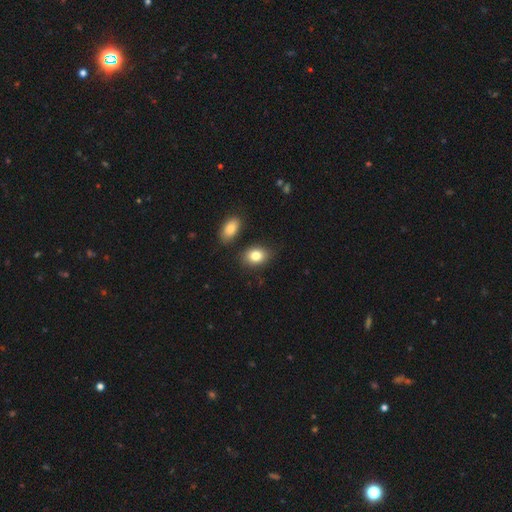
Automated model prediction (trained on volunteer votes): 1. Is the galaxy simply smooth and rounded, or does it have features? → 82% smooth, 10% featured or disk, 9% star or artifact.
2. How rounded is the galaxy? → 71% in between, 28% round, 1% cigar-shaped.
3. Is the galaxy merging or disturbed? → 77% none, 13% minor disturbance, 7% merger, 3% major disturbance.